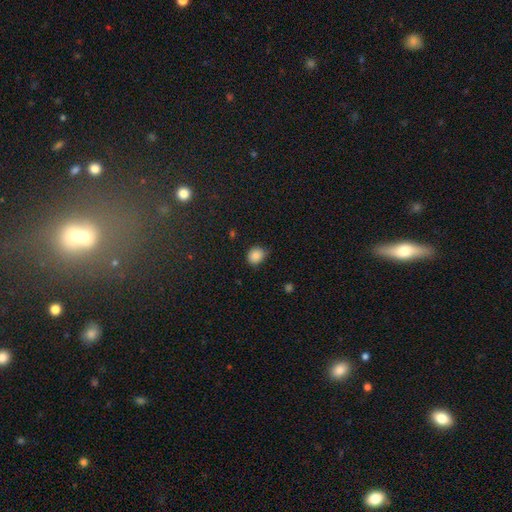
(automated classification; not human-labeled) smooth-or-featured: smooth: 85% | star or artifact: 10% | featured or disk: 4%
  how-rounded: round: 68% | in between: 31% | cigar-shaped: 1%
  merging: none: 72% | minor disturbance: 23% | major disturbance: 4% | merger: 2%